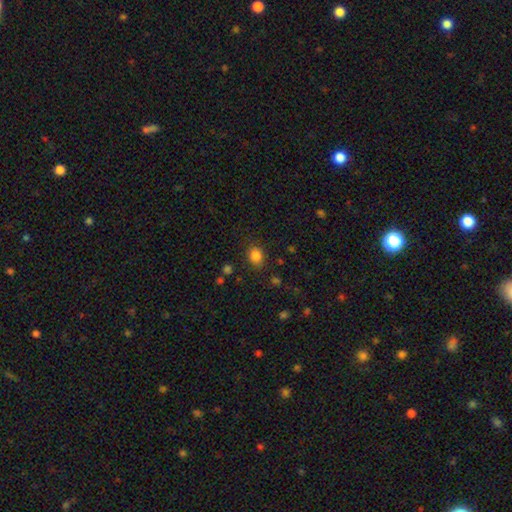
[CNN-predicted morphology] Q: Smooth or featured?
A: smooth (83%); runner-up: star or artifact (12%)
Q: How rounded?
A: round (56%); runner-up: in between (43%)
Q: Merging?
A: none (83%); runner-up: minor disturbance (11%)